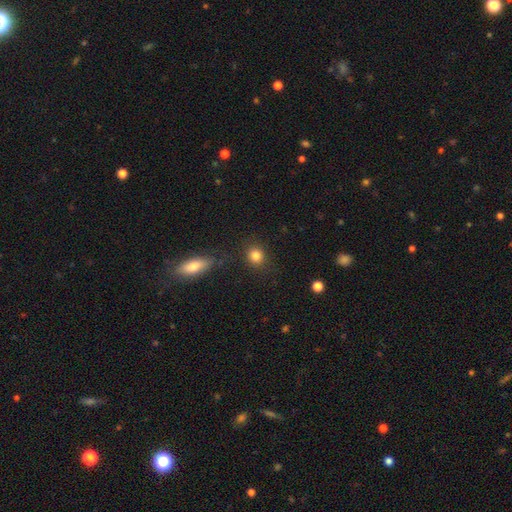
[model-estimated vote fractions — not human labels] Smooth or featured? smooth (83%)
How rounded? round (81%)
Merging? none (83%)